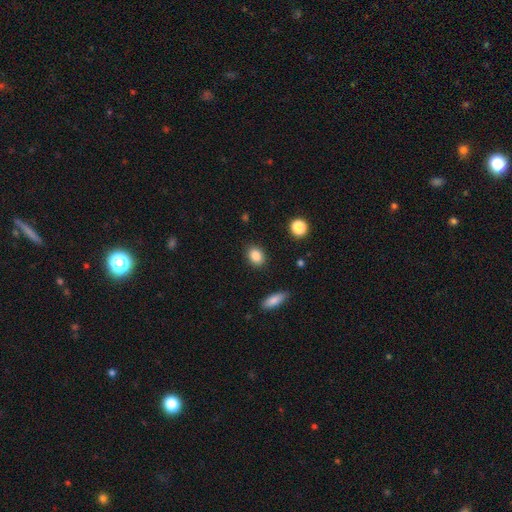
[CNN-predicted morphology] A smooth galaxy with no disk features (87%) that is in between round and cigar-shaped (65%).

Vote fractions:
- Smooth or featured? smooth: 87% / star or artifact: 9% / featured or disk: 5%
- How rounded? in between: 65% / round: 33% / cigar-shaped: 2%
- Merging? none: 88% / minor disturbance: 8% / major disturbance: 2% / merger: 2%